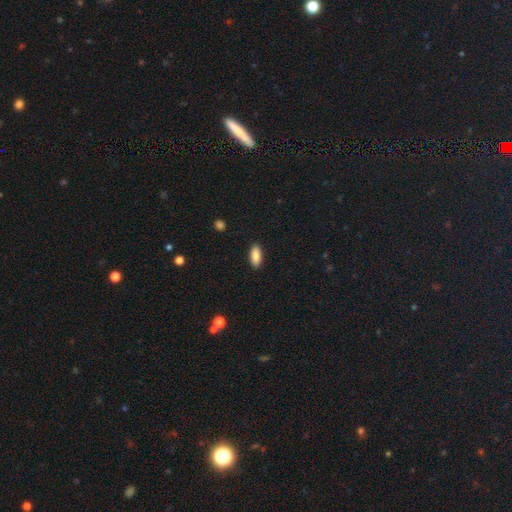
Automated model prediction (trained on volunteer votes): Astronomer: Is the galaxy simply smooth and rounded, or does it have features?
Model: smooth — 87%.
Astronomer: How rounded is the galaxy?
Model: in between — 85%.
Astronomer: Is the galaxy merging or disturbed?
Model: none — 90%.